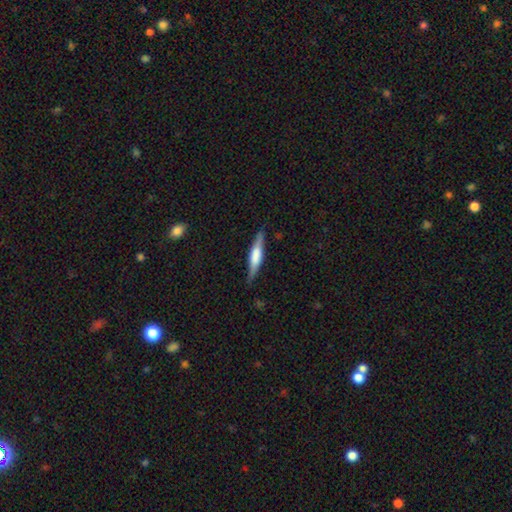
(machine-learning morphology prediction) This appears to be a featured or disk galaxy (58%) viewed edge-on (96%) with a rounded central bulge (46%). Merging: none (85%).